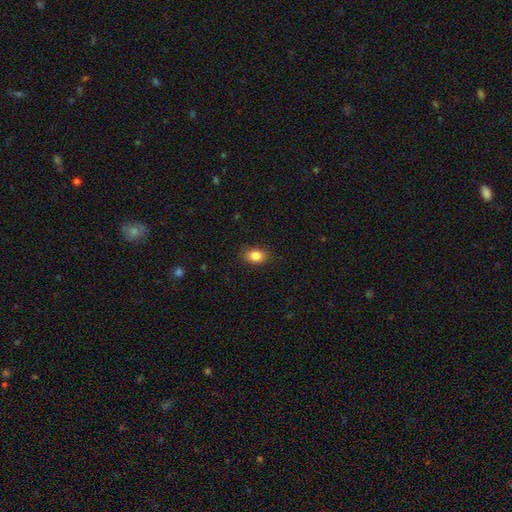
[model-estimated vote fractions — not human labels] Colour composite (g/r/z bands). It shows a smooth galaxy with no disk features (85%) that is in between round and cigar-shaped (79%). Merging: none (87%).